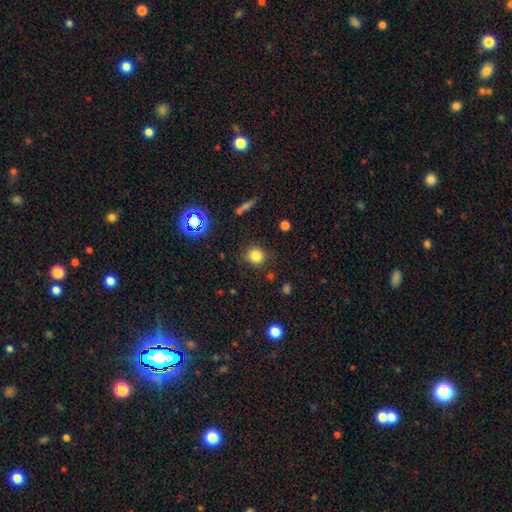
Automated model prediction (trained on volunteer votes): smooth-or-featured: smooth: 79% | star or artifact: 15% | featured or disk: 6%
  how-rounded: round: 90% | in between: 9% | cigar-shaped: 1%
  merging: none: 86% | minor disturbance: 9% | major disturbance: 3% | merger: 2%